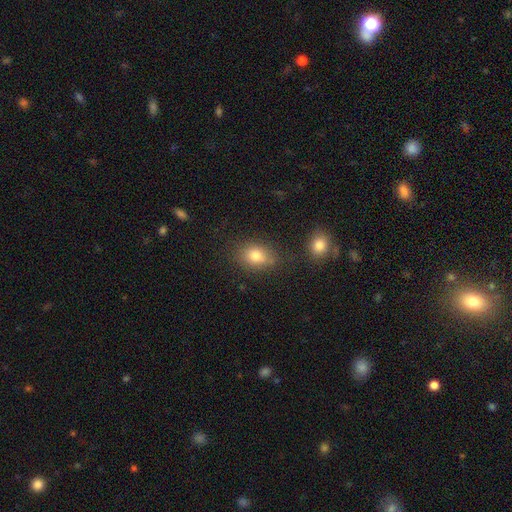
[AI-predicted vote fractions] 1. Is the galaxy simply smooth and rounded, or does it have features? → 80% smooth, 10% star or artifact, 10% featured or disk.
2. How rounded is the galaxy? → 64% in between, 35% round, 1% cigar-shaped.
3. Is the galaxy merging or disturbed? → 72% none, 16% minor disturbance, 7% merger, 4% major disturbance.